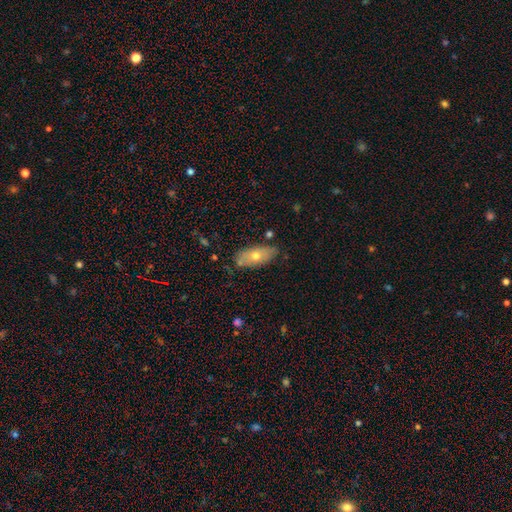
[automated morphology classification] The model was most divided on "smooth or featured": smooth: 61%, featured or disk: 32%, star or artifact: 7%. More confident: how rounded — in between (83%); merging — none (81%).